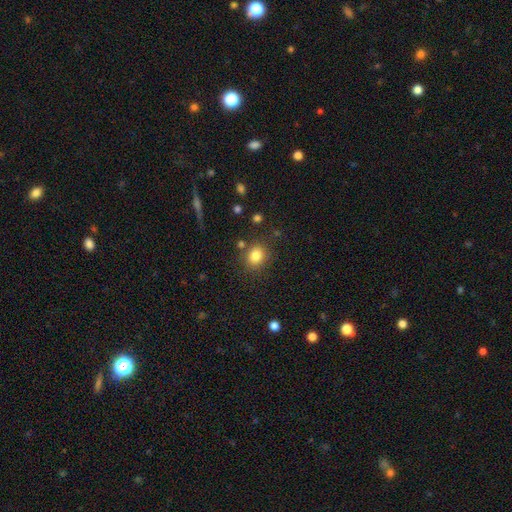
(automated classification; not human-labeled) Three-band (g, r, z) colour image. It shows a smooth galaxy with no disk features (82%) that is round (71%). Merging: none (80%).